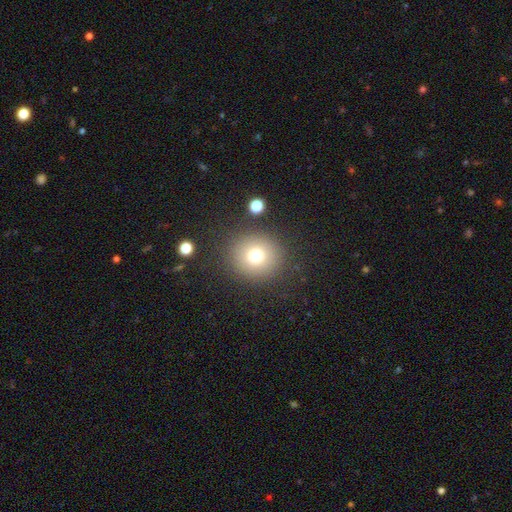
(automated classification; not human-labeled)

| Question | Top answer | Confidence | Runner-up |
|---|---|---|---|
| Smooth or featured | smooth | 75% | star or artifact (15%) |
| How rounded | round | 89% | in between (10%) |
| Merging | none | 86% | minor disturbance (7%) |